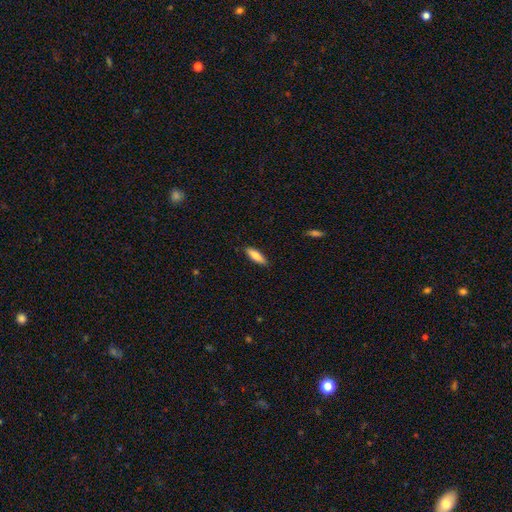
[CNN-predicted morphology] This is clearly a smooth galaxy (81%). How rounded: possibly in between (50%). Merging: clearly none (87%).